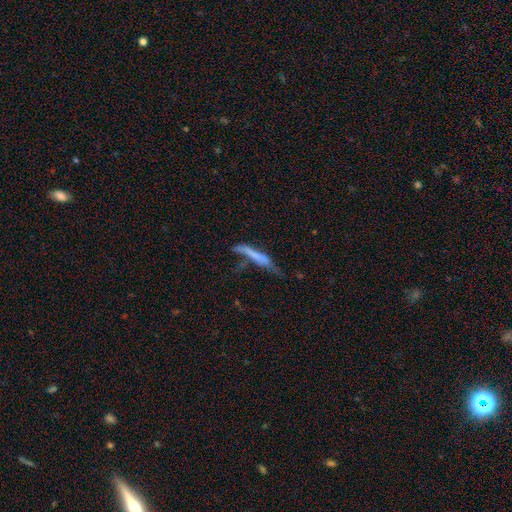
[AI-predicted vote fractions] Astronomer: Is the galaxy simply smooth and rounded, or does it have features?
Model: smooth — 54% (runner-up: featured or disk, 37%).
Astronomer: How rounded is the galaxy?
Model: cigar-shaped — 90%.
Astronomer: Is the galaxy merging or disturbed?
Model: none — 34% (runner-up: major disturbance, 27%).